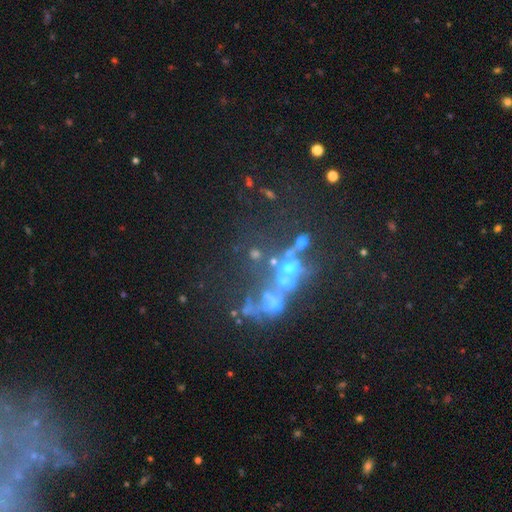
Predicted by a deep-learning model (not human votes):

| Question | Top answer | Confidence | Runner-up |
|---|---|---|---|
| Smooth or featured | star or artifact | 41% | featured or disk (35%) |